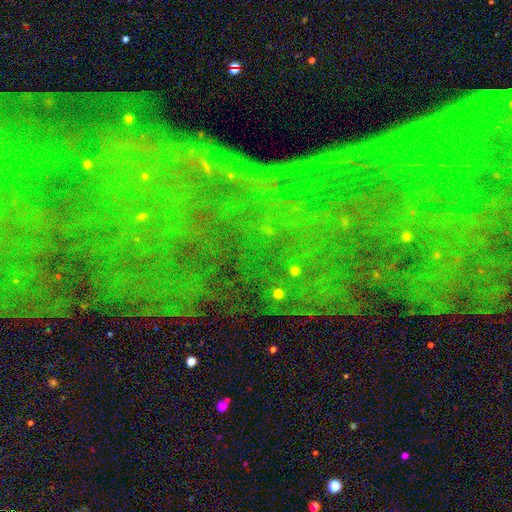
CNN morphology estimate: smooth-or-featured: star or artifact: 81% | featured or disk: 11% | smooth: 8%